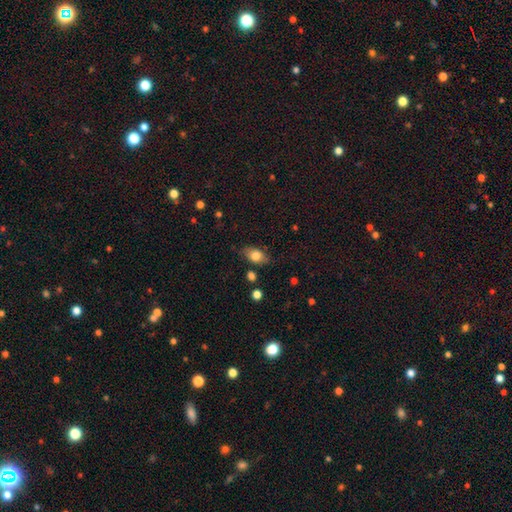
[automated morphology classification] Smooth or featured? smooth (77%)
How rounded? in between (85%)
Merging? none (76%)